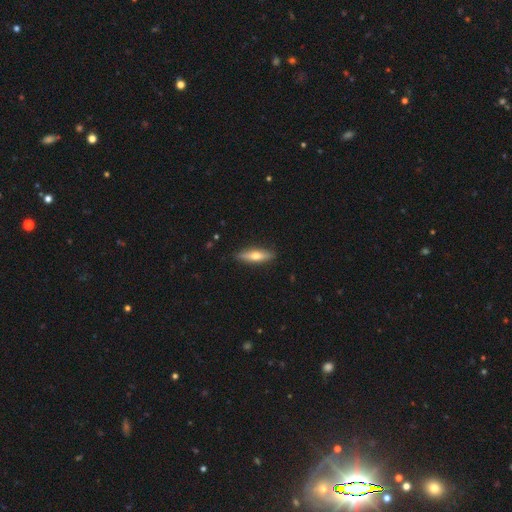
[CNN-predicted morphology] Smooth or featured: featured or disk — 48% (smooth — 47%)
Merging: none — 89% (minor disturbance — 8%)